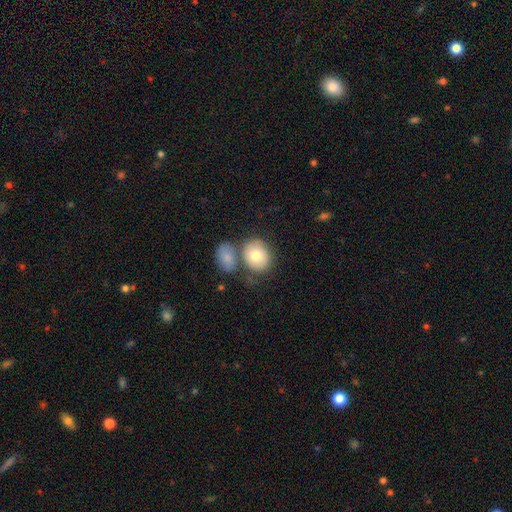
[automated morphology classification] The model was most divided on "how rounded": round: 55%, in between: 44%, cigar-shaped: 1%. More confident: smooth or featured — smooth (78%); merging — none (53%).